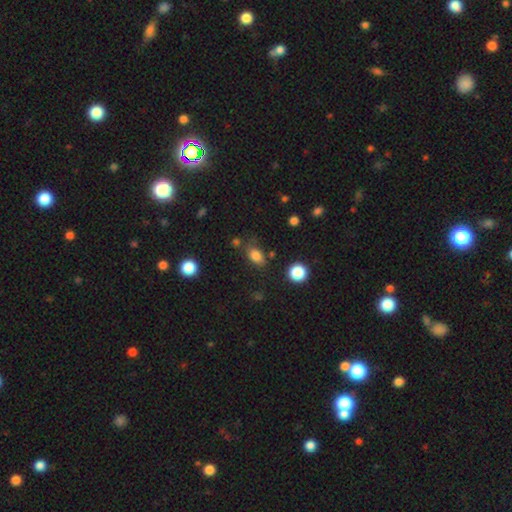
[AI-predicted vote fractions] Q: Smooth or featured?
A: smooth (81%); runner-up: star or artifact (11%)
Q: How rounded?
A: in between (81%); runner-up: round (16%)
Q: Merging?
A: none (71%); runner-up: minor disturbance (17%)